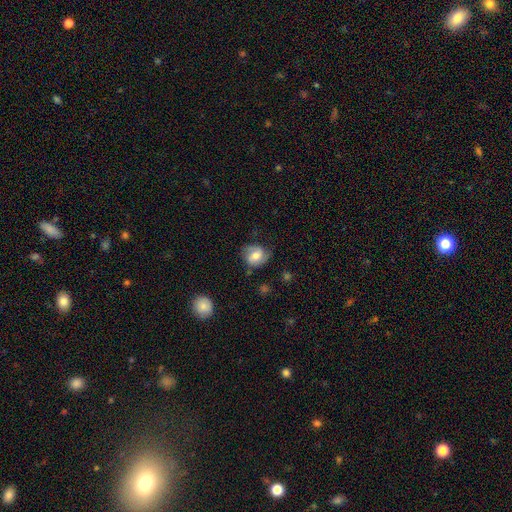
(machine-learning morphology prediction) smooth-or-featured: smooth: 52% | featured or disk: 40% | star or artifact: 8%
  how-rounded: round: 64% | in between: 35% | cigar-shaped: 1%
  merging: none: 62% | minor disturbance: 26% | major disturbance: 9% | merger: 2%